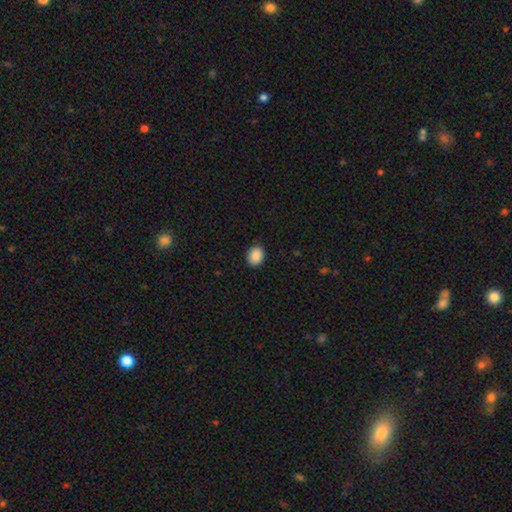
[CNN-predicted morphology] This is clearly a smooth galaxy (89%). How rounded: possibly in between (51%). Merging: clearly none (89%).